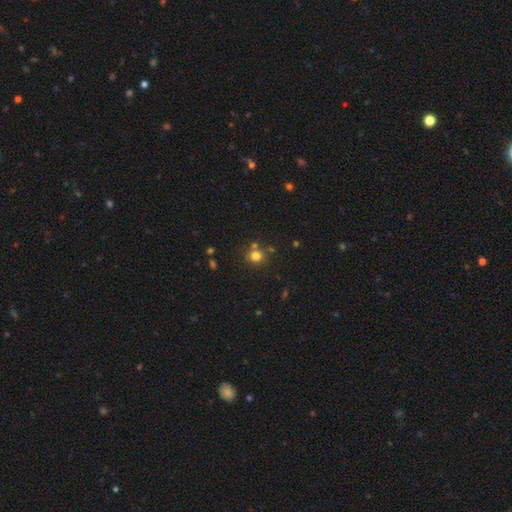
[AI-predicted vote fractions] Smooth or featured? Predicted: smooth (p=0.76). How rounded? Predicted: round (p=0.85). Merging? Predicted: none (p=0.73).